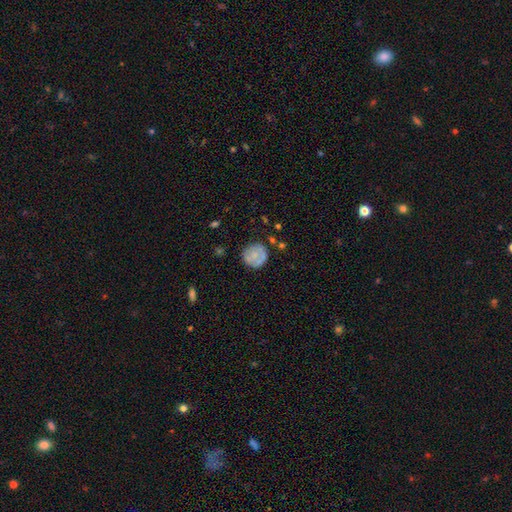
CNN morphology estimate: type=smooth (61%); roundness=round (89%); merging=none (73%).